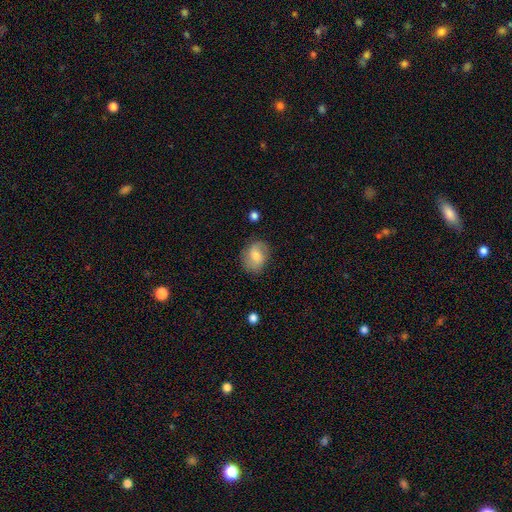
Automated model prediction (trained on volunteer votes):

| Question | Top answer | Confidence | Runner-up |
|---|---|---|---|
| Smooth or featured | smooth | 55% | featured or disk (36%) |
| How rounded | in between | 51% | round (47%) |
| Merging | none | 75% | minor disturbance (18%) |